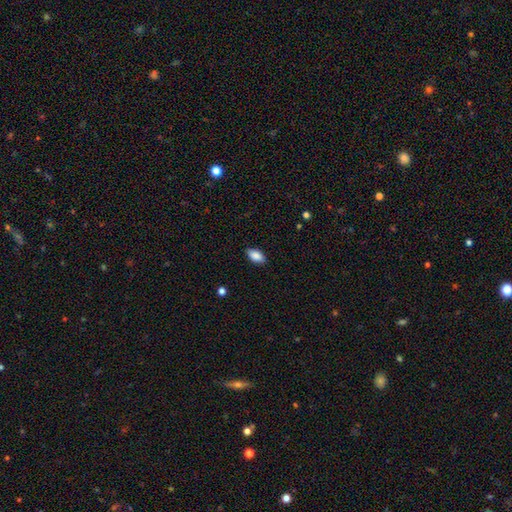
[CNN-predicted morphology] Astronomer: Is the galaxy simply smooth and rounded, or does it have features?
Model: smooth — 88%.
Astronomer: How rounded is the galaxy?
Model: in between — 92%.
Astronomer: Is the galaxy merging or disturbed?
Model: none — 86%.